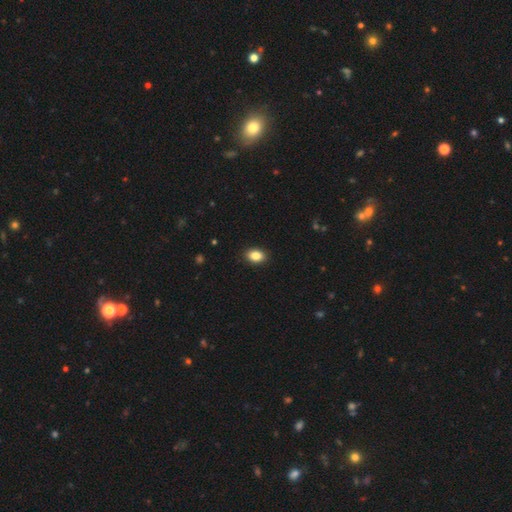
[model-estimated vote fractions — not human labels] smooth_or_featured: smooth (p=0.86) [alt: star or artifact p=0.08]
how_rounded: in between (p=0.82) [alt: round p=0.16]
merging: none (p=0.90) [alt: minor disturbance p=0.07]